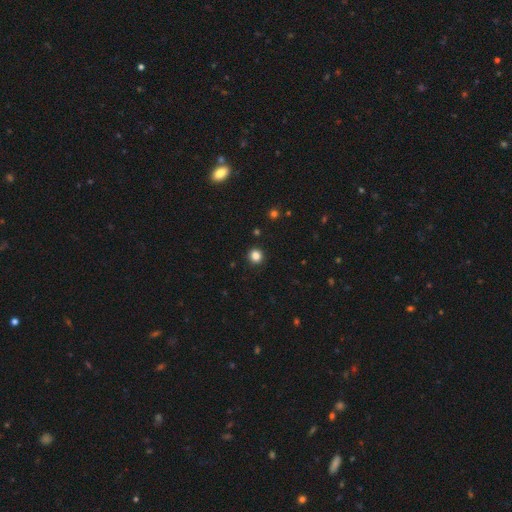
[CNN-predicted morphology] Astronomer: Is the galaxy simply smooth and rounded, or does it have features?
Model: smooth — 84%.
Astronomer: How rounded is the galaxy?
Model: round — 94%.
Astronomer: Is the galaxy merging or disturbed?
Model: none — 93%.